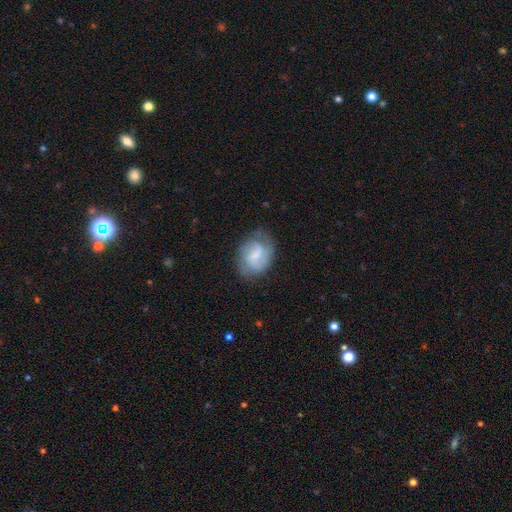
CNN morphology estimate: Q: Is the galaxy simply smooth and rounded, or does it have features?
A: featured or disk — 60%.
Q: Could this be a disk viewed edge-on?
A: no — 98%.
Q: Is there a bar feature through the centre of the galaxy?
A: weak — 57%.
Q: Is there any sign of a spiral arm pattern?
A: yes — 87%.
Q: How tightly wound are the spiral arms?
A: medium — 46%.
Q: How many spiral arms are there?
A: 2 — 65%.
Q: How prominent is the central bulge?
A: small — 40%.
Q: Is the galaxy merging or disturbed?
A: none — 63%.